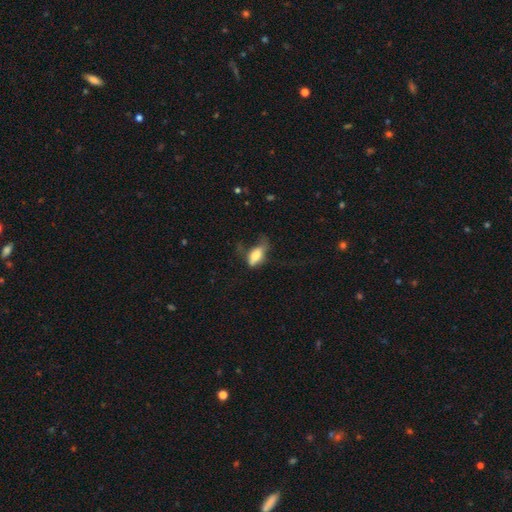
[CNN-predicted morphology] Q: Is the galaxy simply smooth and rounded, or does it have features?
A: smooth — 75%.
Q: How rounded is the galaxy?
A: in between — 85%.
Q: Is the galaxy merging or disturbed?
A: major disturbance — 34%.